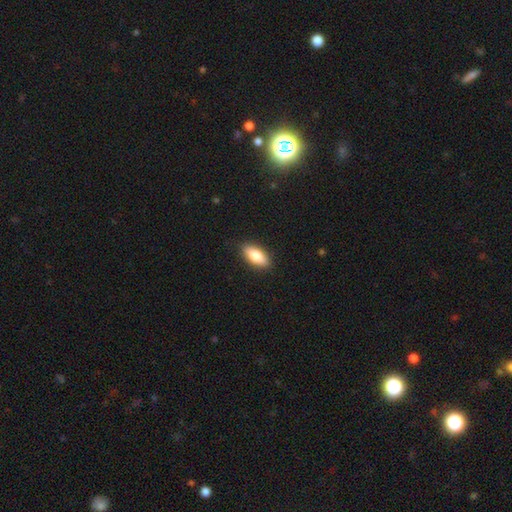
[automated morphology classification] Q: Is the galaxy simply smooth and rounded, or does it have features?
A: smooth — 82%.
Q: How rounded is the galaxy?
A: in between — 84%.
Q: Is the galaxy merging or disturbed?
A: none — 88%.